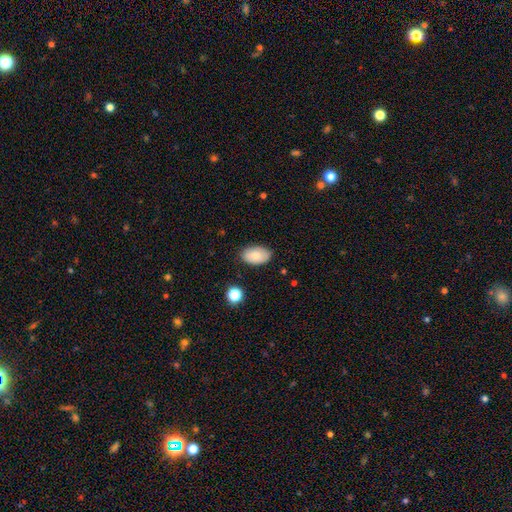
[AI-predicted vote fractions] Smooth or featured? Predicted: smooth (p=0.81). How rounded? Predicted: in between (p=0.92). Merging? Predicted: none (p=0.83).